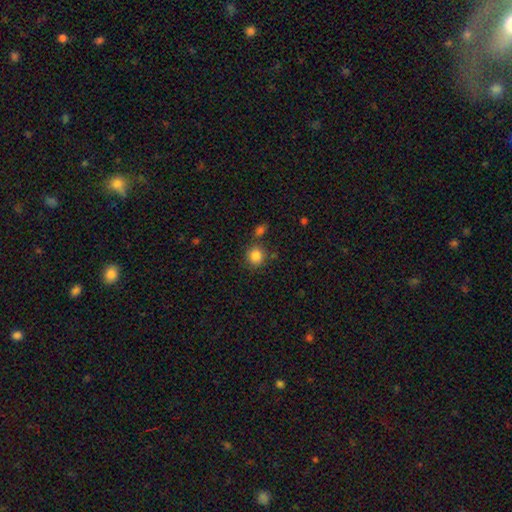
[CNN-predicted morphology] Overall: smooth (85%). How rounded: round (87%). Merging: none (77%).